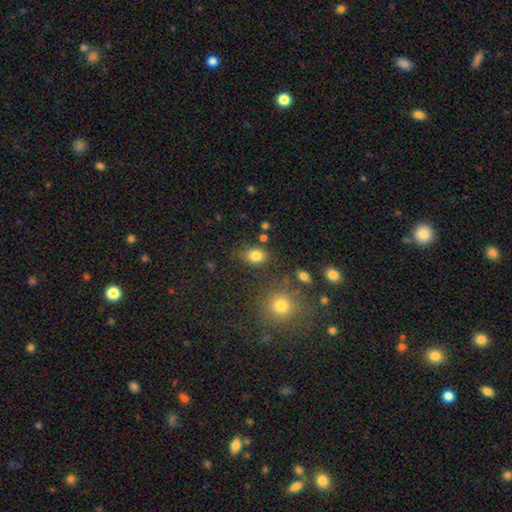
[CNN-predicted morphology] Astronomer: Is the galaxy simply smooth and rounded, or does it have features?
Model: smooth — 81%.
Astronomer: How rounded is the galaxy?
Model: in between — 58% (runner-up: round, 40%).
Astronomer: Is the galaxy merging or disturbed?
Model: none — 75%.